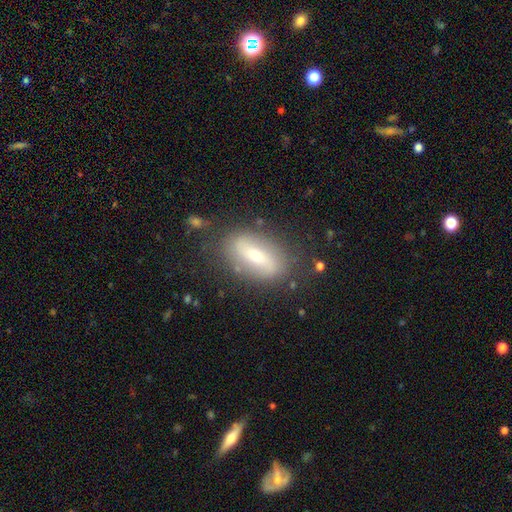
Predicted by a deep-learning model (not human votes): Smooth or featured? featured or disk (49%)
Merging? none (79%)